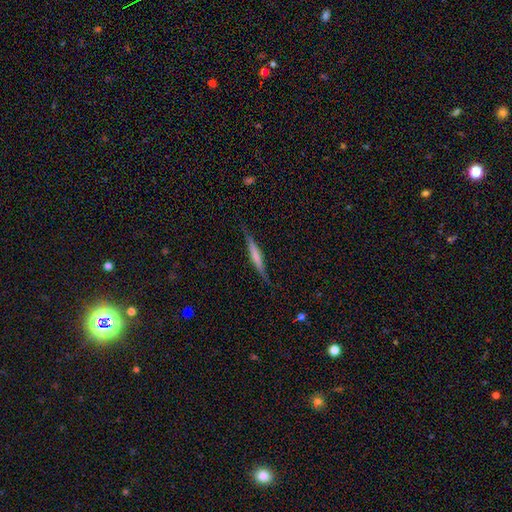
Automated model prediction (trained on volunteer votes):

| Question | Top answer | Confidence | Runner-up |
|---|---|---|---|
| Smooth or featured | featured or disk | 49% | smooth (45%) |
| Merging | none | 85% | minor disturbance (12%) |